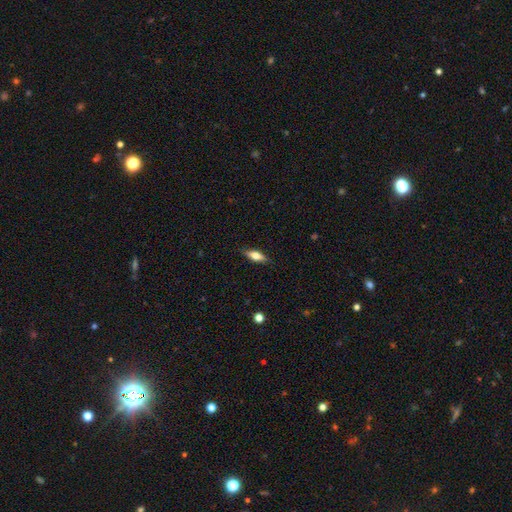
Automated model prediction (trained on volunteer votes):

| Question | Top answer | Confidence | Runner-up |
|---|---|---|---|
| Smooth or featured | smooth | 57% | featured or disk (36%) |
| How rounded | in between | 56% | cigar-shaped (41%) |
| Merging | none | 86% | minor disturbance (11%) |